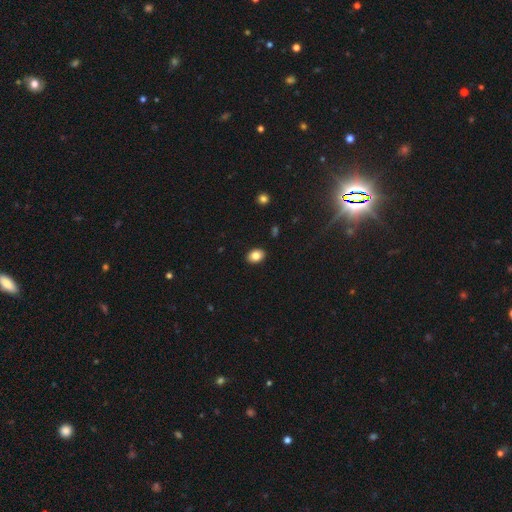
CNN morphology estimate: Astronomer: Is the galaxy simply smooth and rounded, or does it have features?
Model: smooth — 83%.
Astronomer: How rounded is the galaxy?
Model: in between — 75%.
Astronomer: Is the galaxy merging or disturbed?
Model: none — 90%.